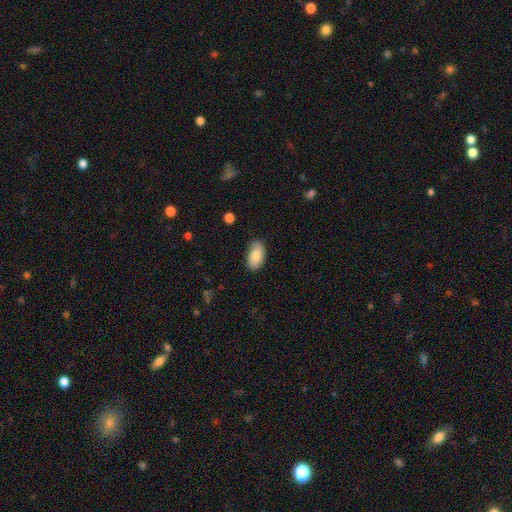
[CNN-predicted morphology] smooth-or-featured: smooth: 83% | featured or disk: 11% | star or artifact: 7%
  how-rounded: in between: 94% | round: 4% | cigar-shaped: 2%
  merging: none: 78% | minor disturbance: 18% | major disturbance: 3% | merger: 1%